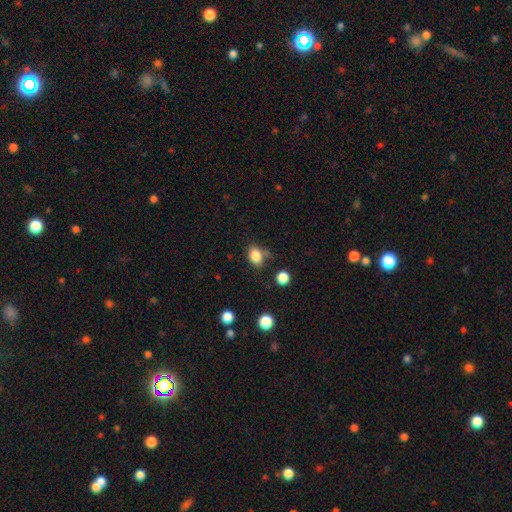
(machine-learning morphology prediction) A smooth galaxy with no disk features (84%) that is in between round and cigar-shaped (73%).

Vote fractions:
- Smooth or featured? smooth: 84% / star or artifact: 10% / featured or disk: 6%
- How rounded? in between: 73% / round: 26% / cigar-shaped: 1%
- Merging? none: 66% / minor disturbance: 19% / merger: 10% / major disturbance: 5%